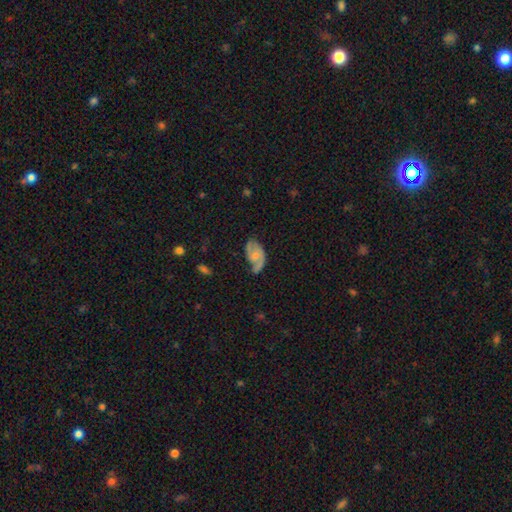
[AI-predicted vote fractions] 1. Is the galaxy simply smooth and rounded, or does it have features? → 68% featured or disk, 26% smooth, 7% star or artifact.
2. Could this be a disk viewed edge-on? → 97% no, 3% yes.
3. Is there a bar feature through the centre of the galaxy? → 57% no, 36% weak, 7% strong.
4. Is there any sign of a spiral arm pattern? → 87% yes, 13% no.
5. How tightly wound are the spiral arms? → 45% medium, 33% loose, 22% tight.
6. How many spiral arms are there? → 73% 2, 14% 1, 9% can't tell, 1% 3, 1% 4, 1% more than 4.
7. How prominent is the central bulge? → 55% small, 30% moderate, 12% none, 2% large, 1% dominant.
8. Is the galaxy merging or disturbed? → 47% none, 31% minor disturbance, 19% major disturbance, 3% merger.